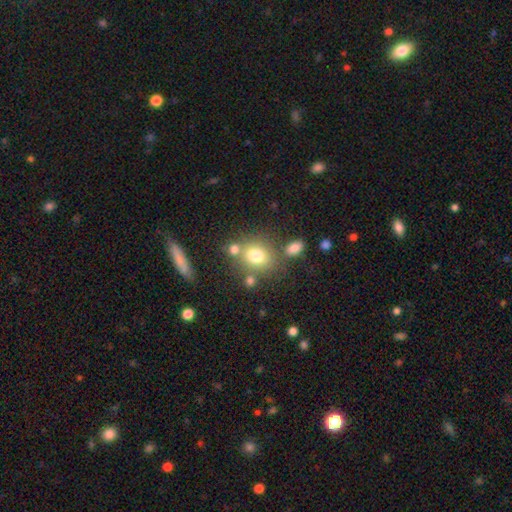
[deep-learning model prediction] This appears to be a smooth galaxy with no disk features (75%) that is round (65%). Merging: none (60%).